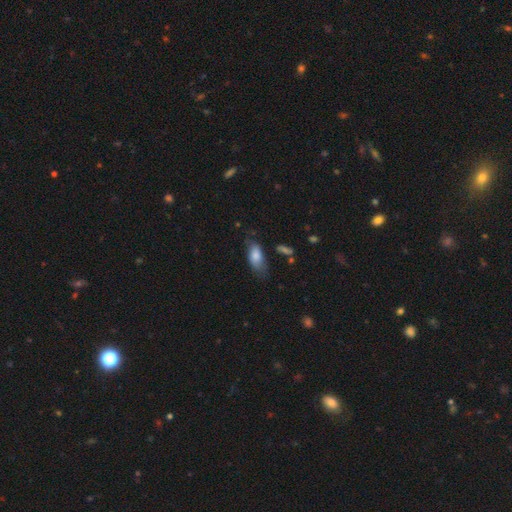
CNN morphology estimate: smooth-or-featured: smooth: 79% | featured or disk: 14% | star or artifact: 7%
  how-rounded: in between: 87% | cigar-shaped: 10% | round: 3%
  merging: none: 55% | minor disturbance: 31% | major disturbance: 12% | merger: 3%